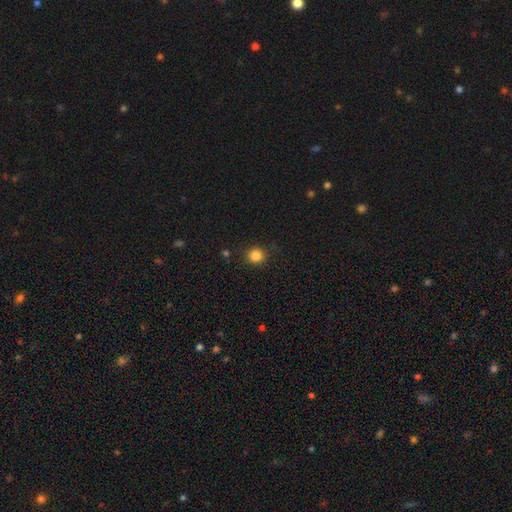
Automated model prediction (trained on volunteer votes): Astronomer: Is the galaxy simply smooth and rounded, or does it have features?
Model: smooth — 84%.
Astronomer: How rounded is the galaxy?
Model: round — 90%.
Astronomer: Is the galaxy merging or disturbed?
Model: none — 89%.